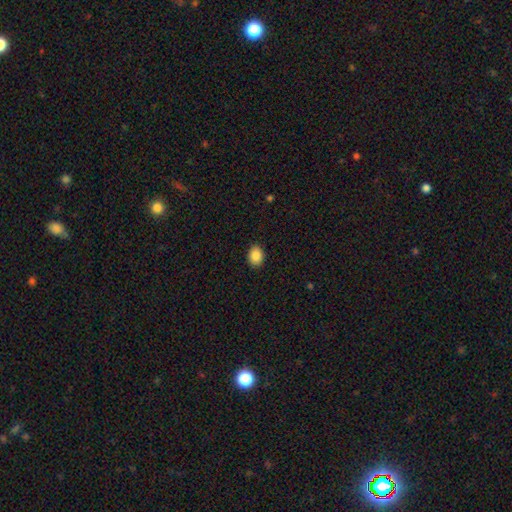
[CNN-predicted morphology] A smooth galaxy with no disk features (88%) that is in between round and cigar-shaped (66%). Merging: none (89%).